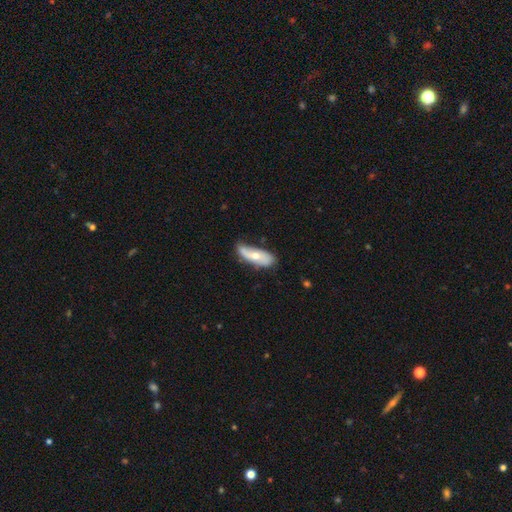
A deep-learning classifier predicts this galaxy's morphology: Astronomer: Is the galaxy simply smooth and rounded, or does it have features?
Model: smooth — 52% (runner-up: featured or disk, 42%).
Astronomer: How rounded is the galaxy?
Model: in between — 73%.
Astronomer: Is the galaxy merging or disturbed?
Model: none — 53% (runner-up: minor disturbance, 35%).